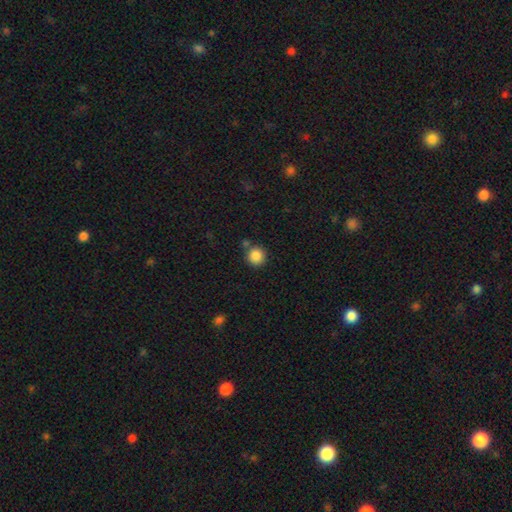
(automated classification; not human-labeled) Smooth or featured? Predicted: smooth (p=0.87). How rounded? Predicted: round (p=0.93). Merging? Predicted: none (p=0.78).